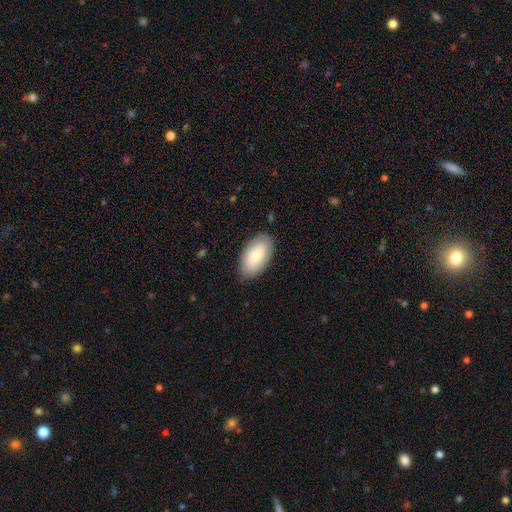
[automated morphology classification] smooth_or_featured: smooth (p=0.73) [alt: featured or disk p=0.21]
how_rounded: in between (p=0.95) [alt: round p=0.03]
merging: none (p=0.84) [alt: minor disturbance p=0.12]